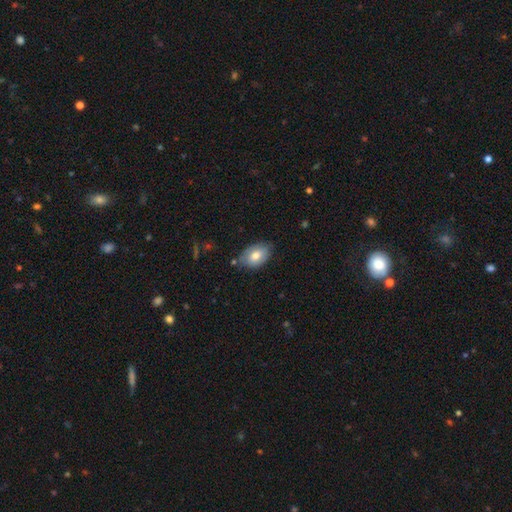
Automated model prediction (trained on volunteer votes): Smooth or featured? Predicted: smooth (p=0.73). How rounded? Predicted: in between (p=0.87). Merging? Predicted: none (p=0.71).